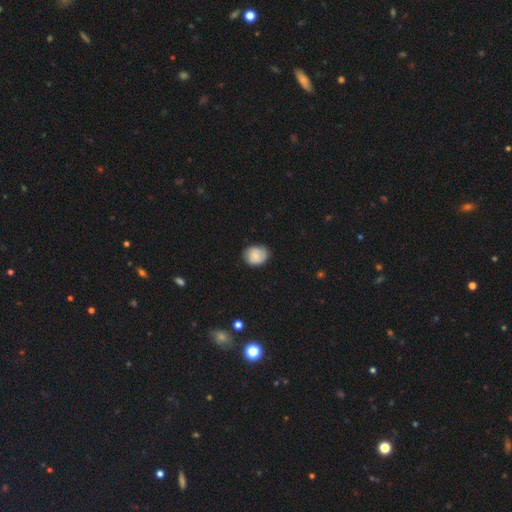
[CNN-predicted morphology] Overall: smooth (77%). How rounded: round (65%; in between 34%). Merging: none (73%).